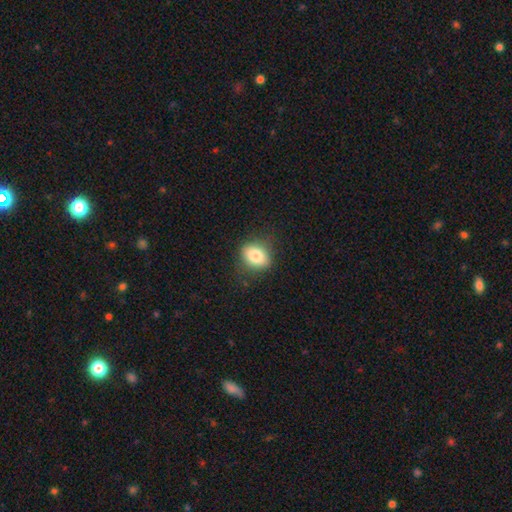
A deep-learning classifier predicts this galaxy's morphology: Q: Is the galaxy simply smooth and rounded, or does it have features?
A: smooth — 81%.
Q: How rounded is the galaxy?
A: in between — 57%.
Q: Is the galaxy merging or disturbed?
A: none — 78%.